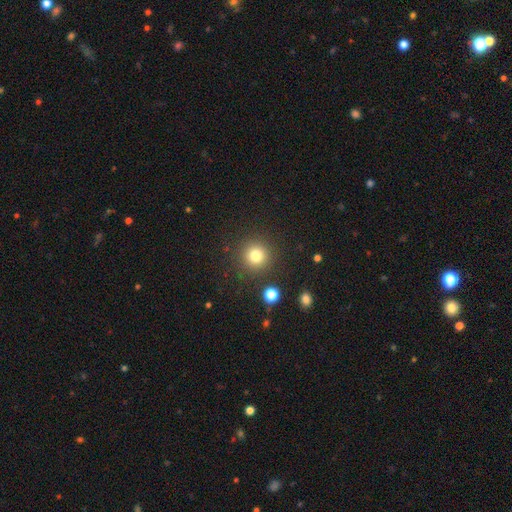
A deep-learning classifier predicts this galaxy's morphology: This is likely a smooth galaxy (79%). How rounded: clearly round (94%). Merging: clearly none (88%).